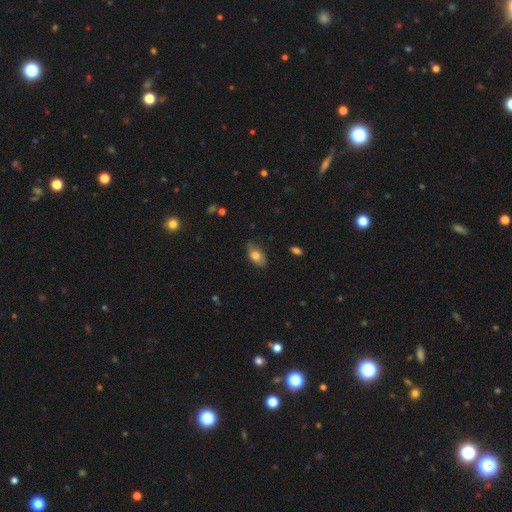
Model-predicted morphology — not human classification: smooth-or-featured: smooth: 76% | featured or disk: 17% | star or artifact: 8%
  how-rounded: in between: 91% | round: 6% | cigar-shaped: 3%
  merging: none: 71% | minor disturbance: 24% | major disturbance: 4% | merger: 1%